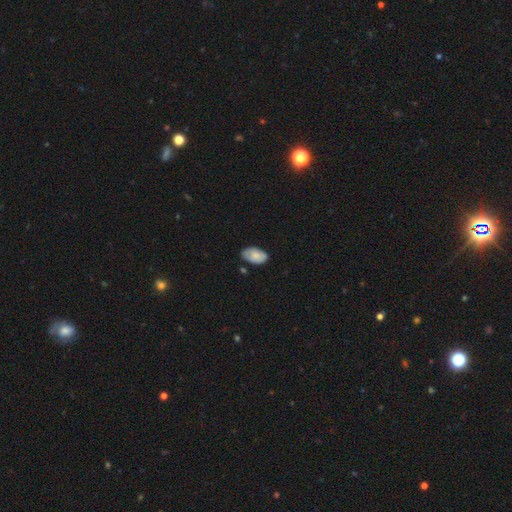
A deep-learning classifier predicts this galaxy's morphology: smooth-or-featured: smooth: 71% | featured or disk: 22% | star or artifact: 7%
  how-rounded: in between: 93% | round: 5% | cigar-shaped: 1%
  merging: none: 71% | minor disturbance: 23% | major disturbance: 4% | merger: 3%